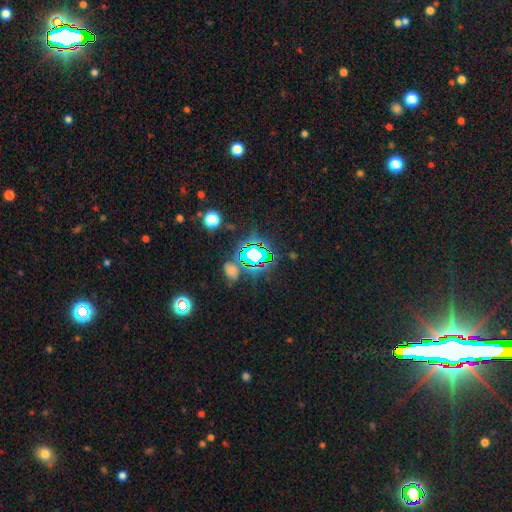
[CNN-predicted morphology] A star or artifact, not a galaxy (69%).